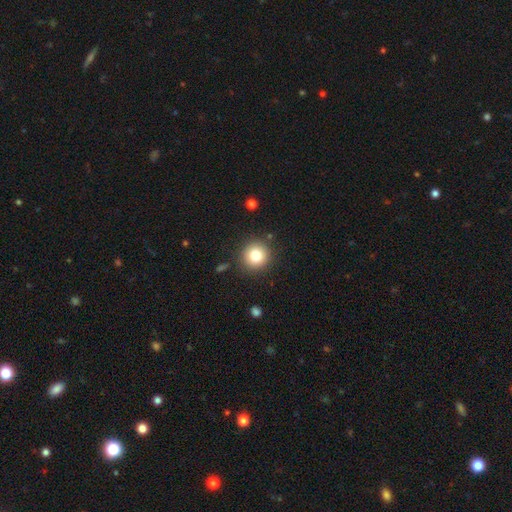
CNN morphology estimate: smooth-or-featured: smooth: 80% | star or artifact: 11% | featured or disk: 9%
  how-rounded: round: 94% | in between: 5% | cigar-shaped: 1%
  merging: none: 88% | minor disturbance: 7% | major disturbance: 3% | merger: 2%